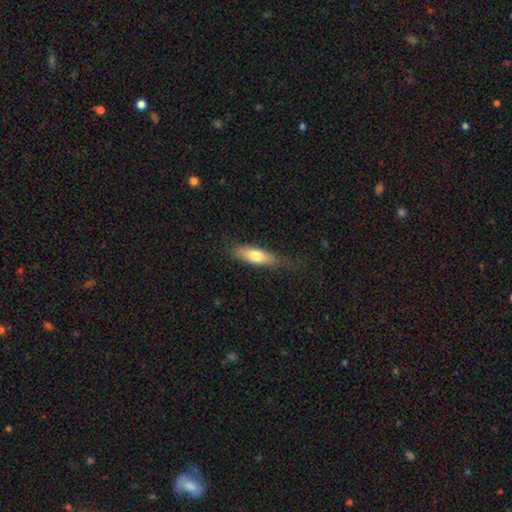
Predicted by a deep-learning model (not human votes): Smooth or featured? smooth (69%)
How rounded? in between (57%)
Merging? none (72%)